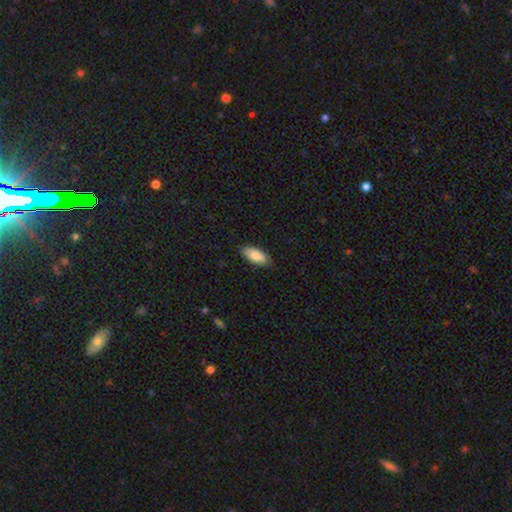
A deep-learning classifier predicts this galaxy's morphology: The model was most divided on "merging": none: 85%, minor disturbance: 12%, major disturbance: 2%, merger: 1%. More confident: how rounded — in between (86%); smooth or featured — smooth (85%).